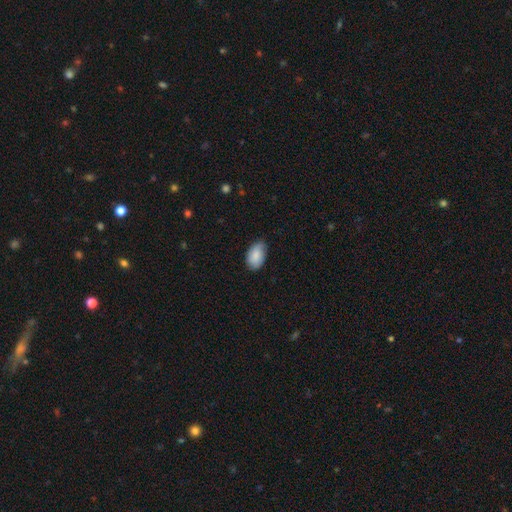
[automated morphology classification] A smooth galaxy with no disk features (82%) that is in between round and cigar-shaped (92%). Merging: none (74%).